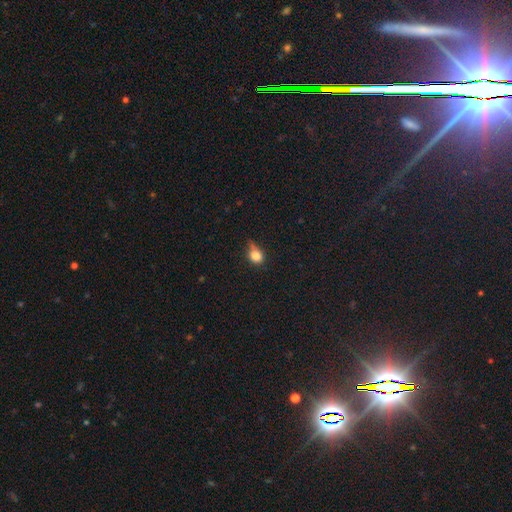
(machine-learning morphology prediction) type=smooth (80%); roundness=round (52%); merging=minor disturbance (43%).